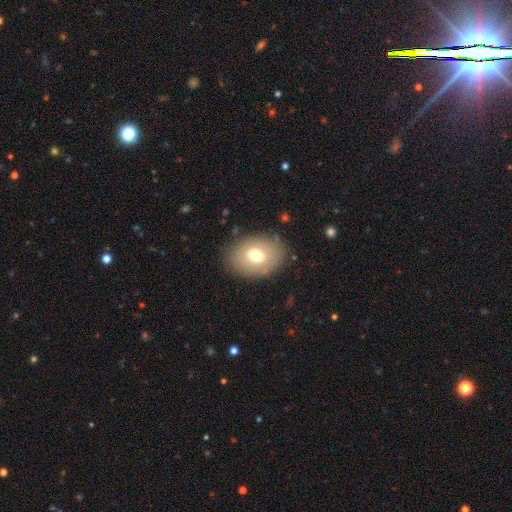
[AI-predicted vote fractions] Smooth or featured? Predicted: smooth (p=0.69). How rounded? Predicted: in between (p=0.66). Merging? Predicted: none (p=0.82).